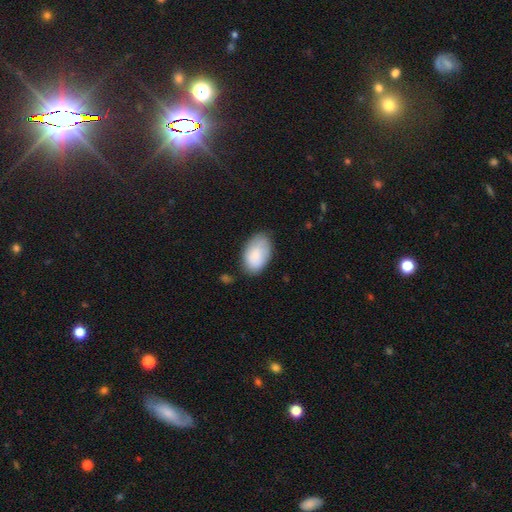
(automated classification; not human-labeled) Smooth or featured? smooth (82%)
How rounded? in between (92%)
Merging? none (68%)